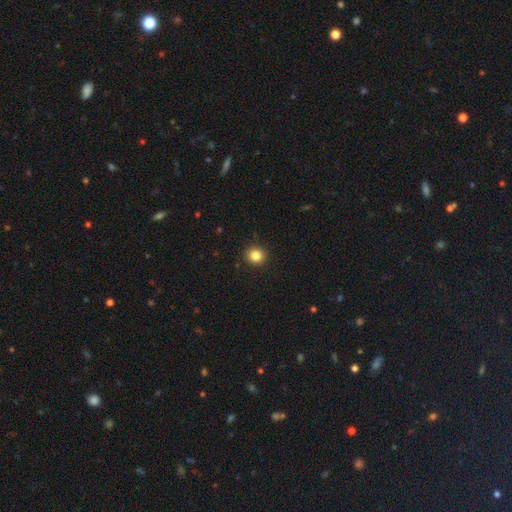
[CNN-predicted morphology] Smooth or featured: smooth — 84% (star or artifact — 11%)
How rounded: round — 90% (in between — 9%)
Merging: none — 92% (minor disturbance — 5%)